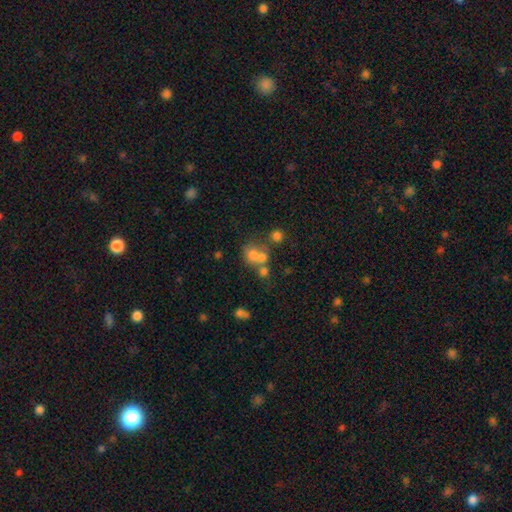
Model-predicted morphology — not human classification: A smooth galaxy with no disk features (65%) that is round (75%).

Vote fractions:
- Smooth or featured? smooth: 65% / featured or disk: 19% / star or artifact: 16%
- How rounded? round: 75% / in between: 24% / cigar-shaped: 1%
- Merging? merger: 48% / none: 38% / minor disturbance: 9% / major disturbance: 5%